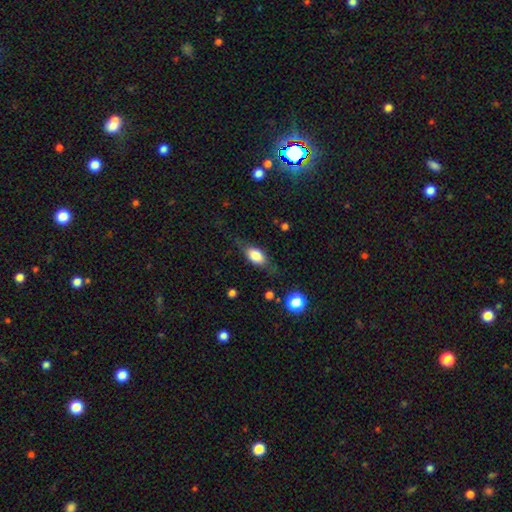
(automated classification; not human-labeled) Smooth or featured?
  - smooth: 69% *
  - featured or disk: 23%
  - star or artifact: 8%
How rounded?
  - in between: 81% *
  - cigar-shaped: 11%
  - round: 8%
Merging?
  - none: 68% *
  - minor disturbance: 21%
  - major disturbance: 9%
  - merger: 2%